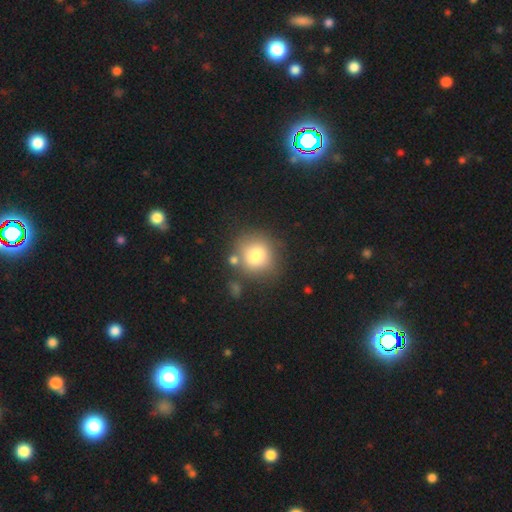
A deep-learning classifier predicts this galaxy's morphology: smooth_or_featured: smooth (p=0.78) [alt: featured or disk p=0.11]
how_rounded: round (p=0.89) [alt: in between p=0.10]
merging: none (p=0.74) [alt: minor disturbance p=0.12]